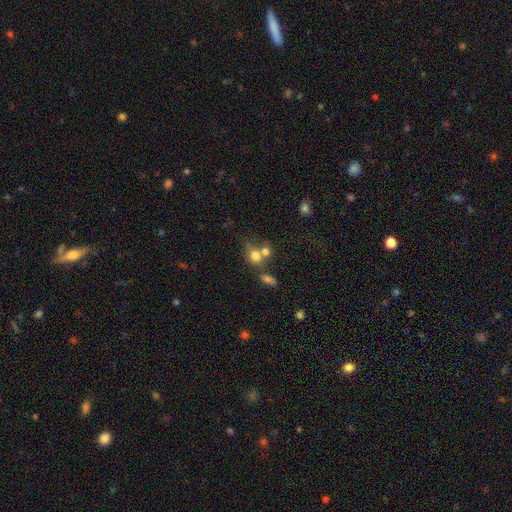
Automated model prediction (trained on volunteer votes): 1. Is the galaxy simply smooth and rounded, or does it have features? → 74% smooth, 13% featured or disk, 13% star or artifact.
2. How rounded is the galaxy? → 59% round, 39% in between, 2% cigar-shaped.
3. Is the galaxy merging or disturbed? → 45% merger, 36% none, 12% minor disturbance, 7% major disturbance.